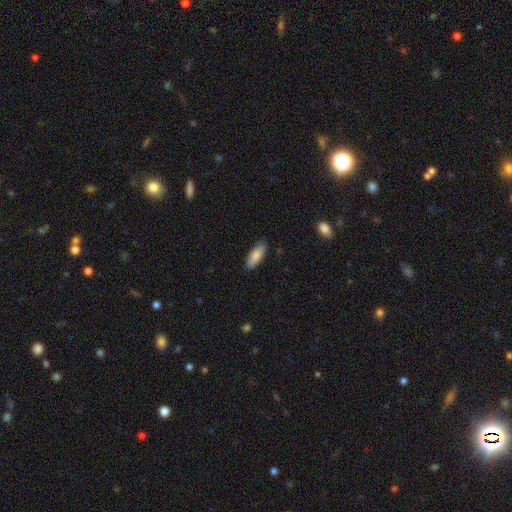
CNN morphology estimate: smooth 87%, featured or disk 7%, star or artifact 6%. Down the decision tree: how rounded — in between (66%); merging — none (86%).